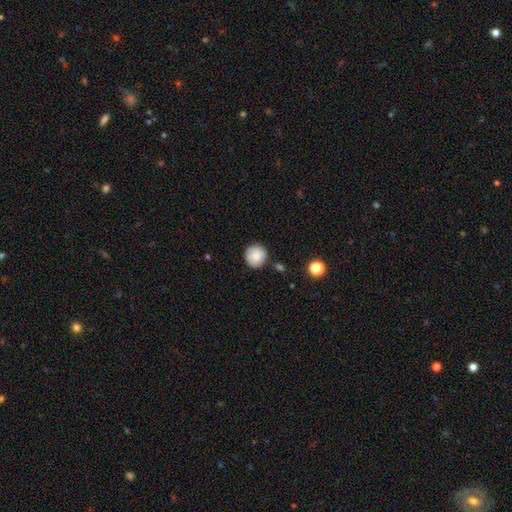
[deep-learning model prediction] Smooth or featured: smooth — 86% (star or artifact — 8%)
How rounded: round — 93% (in between — 6%)
Merging: none — 87% (minor disturbance — 9%)